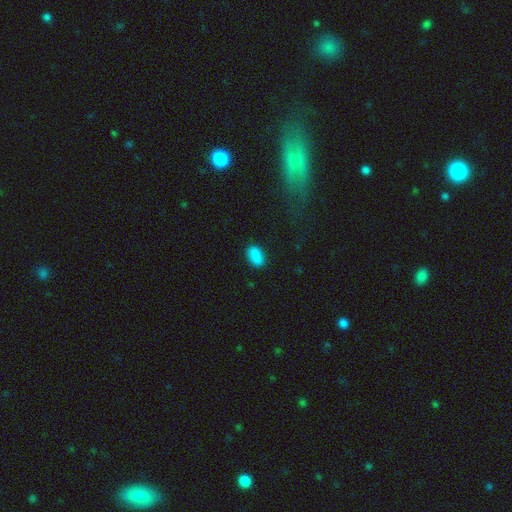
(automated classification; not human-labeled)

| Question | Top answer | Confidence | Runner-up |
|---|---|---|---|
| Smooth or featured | smooth | 89% | star or artifact (8%) |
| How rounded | in between | 92% | round (5%) |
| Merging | none | 87% | minor disturbance (9%) |